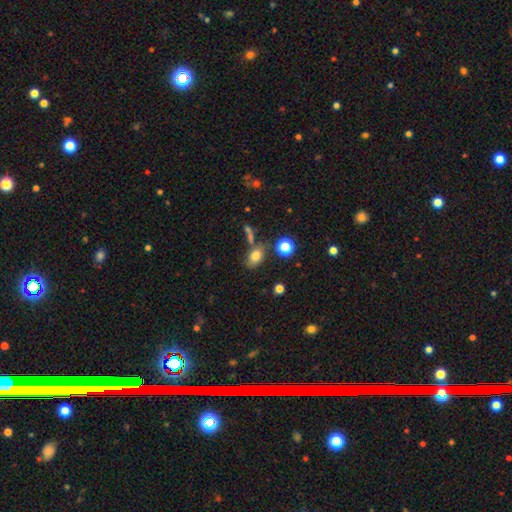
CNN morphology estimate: Smooth or featured?
  - smooth: 77% *
  - star or artifact: 13%
  - featured or disk: 10%
How rounded?
  - in between: 78% *
  - round: 20%
  - cigar-shaped: 2%
Merging?
  - none: 65% *
  - minor disturbance: 15%
  - merger: 14%
  - major disturbance: 6%